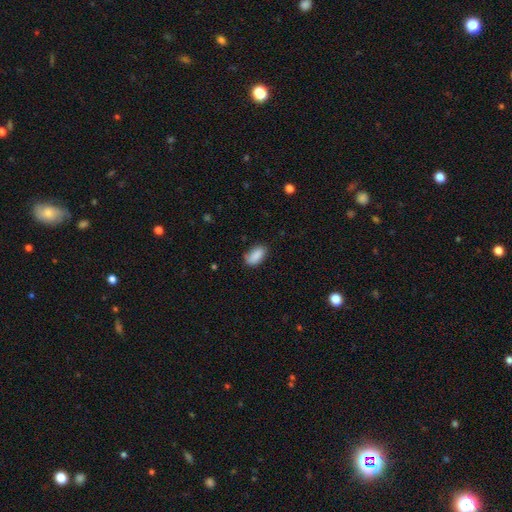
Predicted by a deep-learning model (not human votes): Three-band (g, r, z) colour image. It shows a smooth galaxy with no disk features (88%) that is in between round and cigar-shaped (92%). Merging: none (72%).